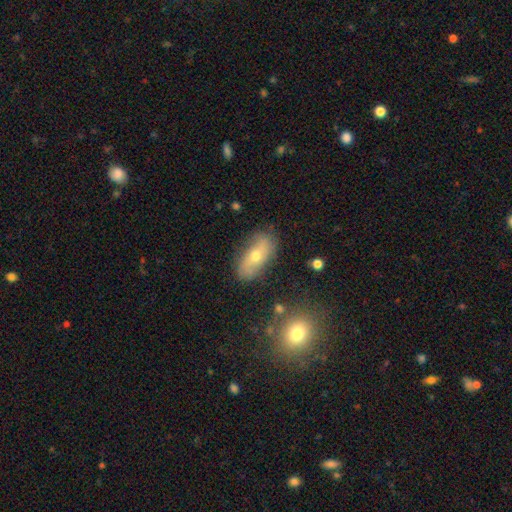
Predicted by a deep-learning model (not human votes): Smooth or featured? smooth (49%)
Merging? none (77%)